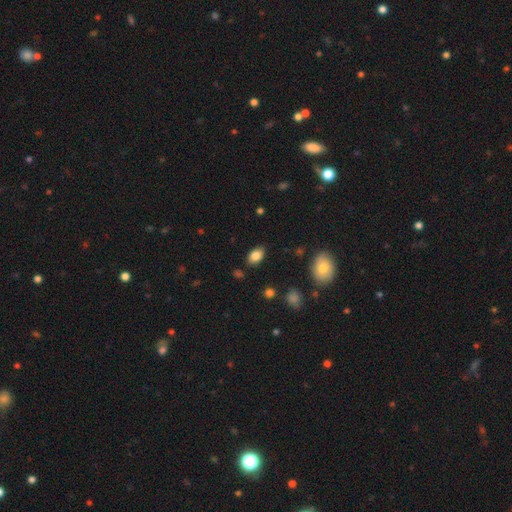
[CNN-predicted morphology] type=smooth (84%); roundness=in between (89%); merging=none (84%).